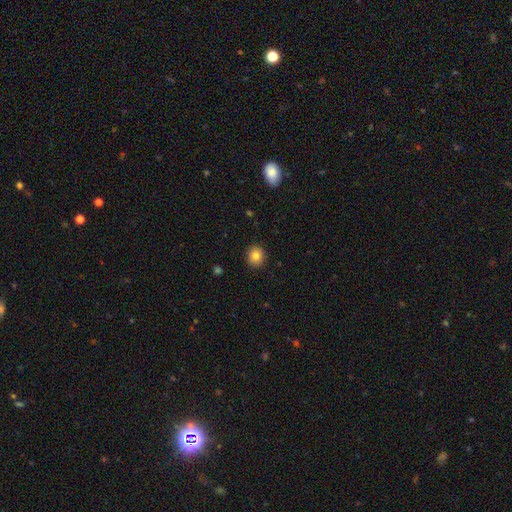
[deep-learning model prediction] Smooth or featured: smooth — 82% (star or artifact — 10%)
How rounded: round — 86% (in between — 13%)
Merging: none — 92% (minor disturbance — 6%)